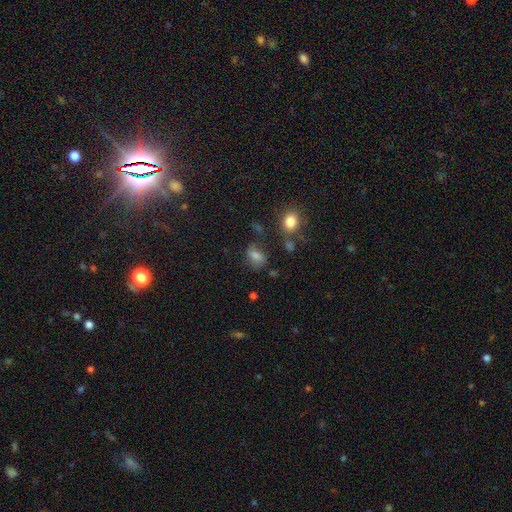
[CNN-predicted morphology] Smooth or featured? smooth (73%)
How rounded? in between (72%)
Merging? none (59%)